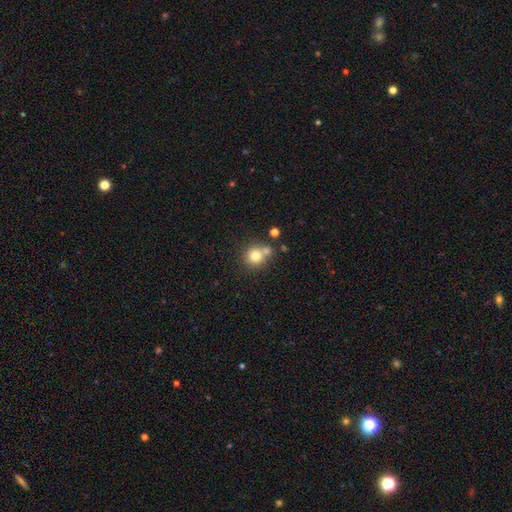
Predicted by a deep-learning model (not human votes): Morphology: type=smooth (78%); roundness=round (90%); merging=none (59%).